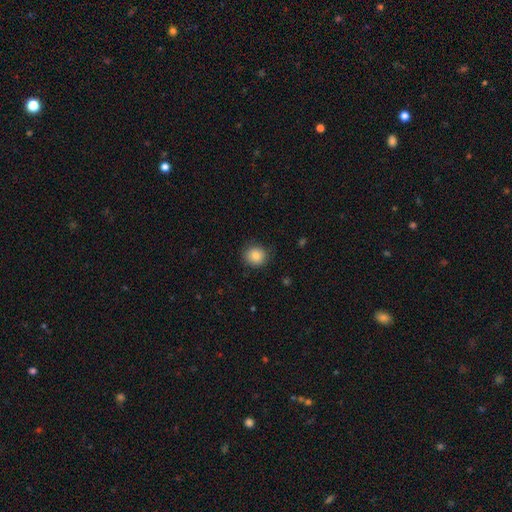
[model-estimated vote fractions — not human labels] smooth 84%, star or artifact 10%, featured or disk 6%. Down the decision tree: how rounded — round (85%); merging — none (85%).